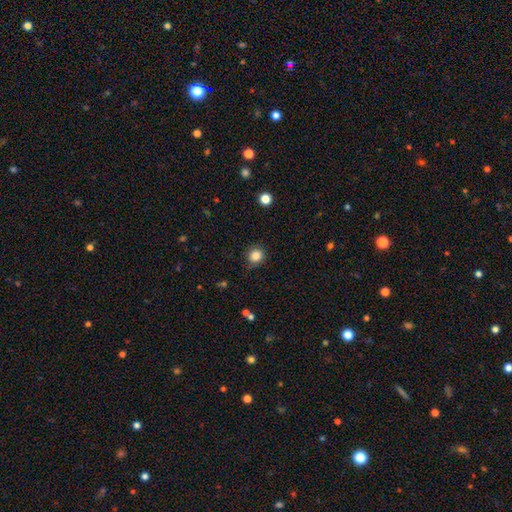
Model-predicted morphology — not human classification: Smooth or featured? smooth (85%)
How rounded? round (88%)
Merging? none (83%)